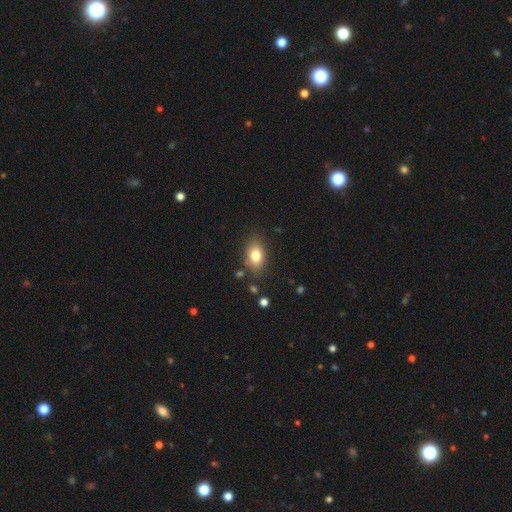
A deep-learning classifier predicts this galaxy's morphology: A smooth galaxy with no disk features (80%) that is in between round and cigar-shaped (81%).

Vote fractions:
- Smooth or featured? smooth: 80% / featured or disk: 11% / star or artifact: 9%
- How rounded? in between: 81% / round: 16% / cigar-shaped: 2%
- Merging? none: 80% / minor disturbance: 13% / major disturbance: 4% / merger: 3%